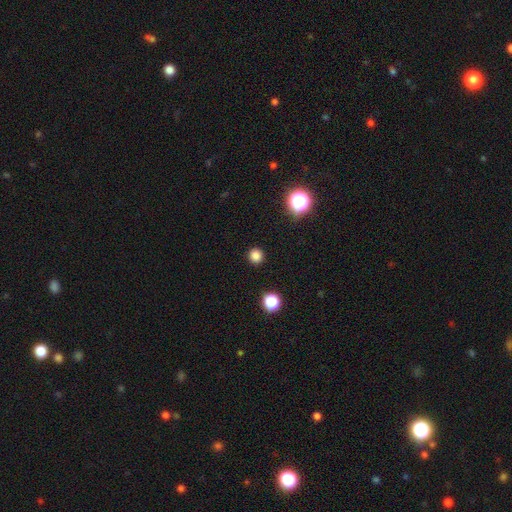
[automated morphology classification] smooth_or_featured: smooth (p=0.82) [alt: star or artifact p=0.15]
how_rounded: round (p=0.92) [alt: in between p=0.07]
merging: none (p=0.92) [alt: minor disturbance p=0.05]